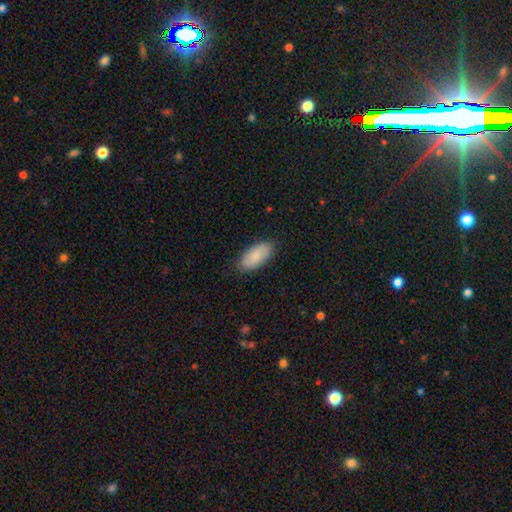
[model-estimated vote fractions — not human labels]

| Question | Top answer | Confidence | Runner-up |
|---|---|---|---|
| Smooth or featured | smooth | 85% | featured or disk (10%) |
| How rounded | in between | 92% | cigar-shaped (6%) |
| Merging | none | 86% | minor disturbance (11%) |